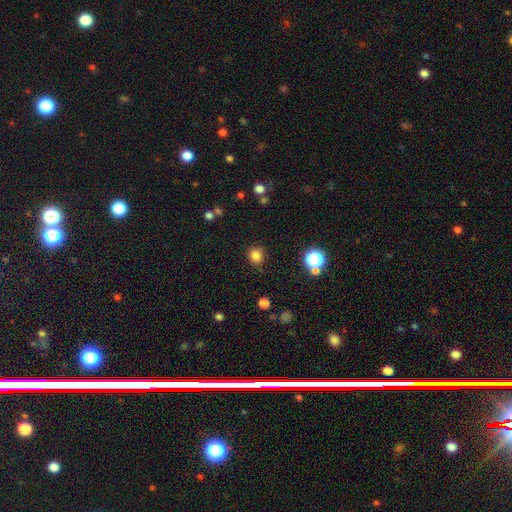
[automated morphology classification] type=smooth (82%); roundness=round (86%); merging=none (85%).